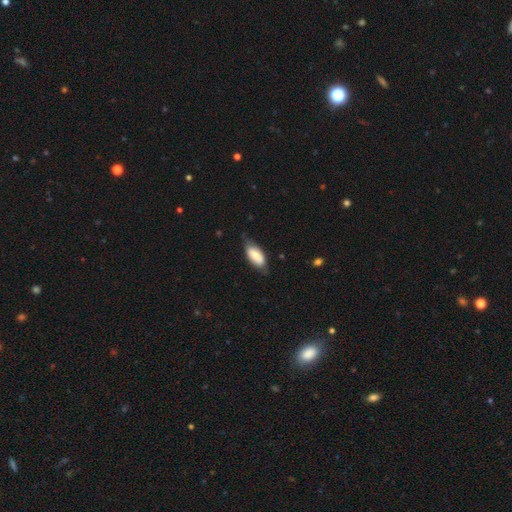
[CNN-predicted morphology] Smooth or featured? Predicted: smooth (p=0.75). How rounded? Predicted: in between (p=0.88). Merging? Predicted: none (p=0.65).